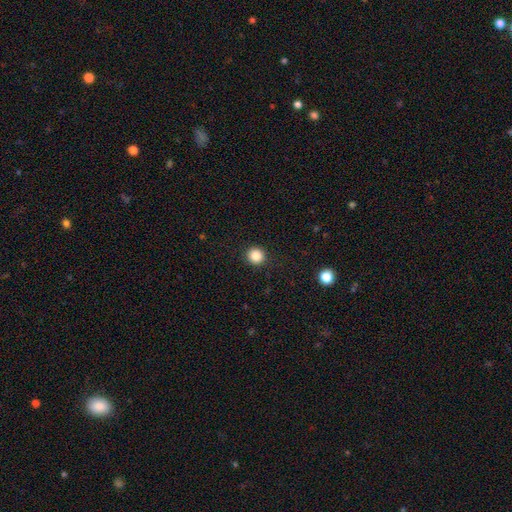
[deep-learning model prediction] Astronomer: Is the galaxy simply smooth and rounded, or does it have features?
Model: smooth — 86%.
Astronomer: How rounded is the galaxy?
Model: round — 94%.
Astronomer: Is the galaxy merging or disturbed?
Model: none — 92%.